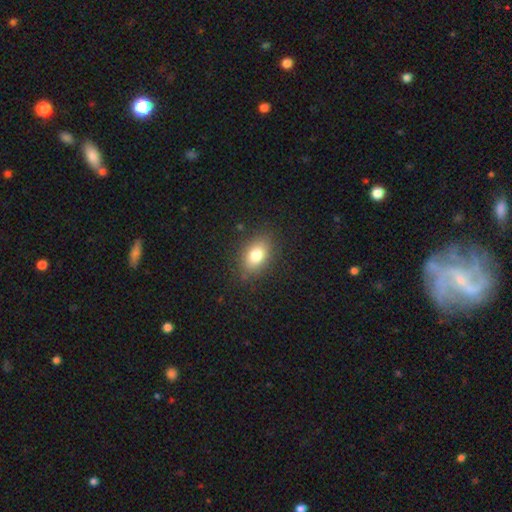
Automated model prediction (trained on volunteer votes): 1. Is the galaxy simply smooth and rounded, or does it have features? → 78% smooth, 11% star or artifact, 11% featured or disk.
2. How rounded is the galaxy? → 81% in between, 16% round, 3% cigar-shaped.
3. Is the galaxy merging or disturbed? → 88% none, 8% minor disturbance, 2% major disturbance, 1% merger.